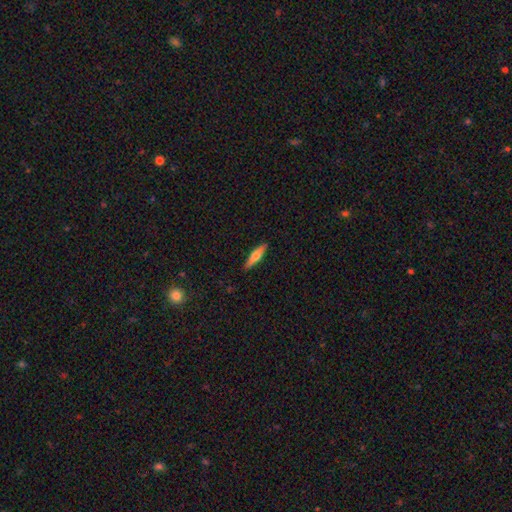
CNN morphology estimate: A smooth galaxy with no disk features (55%) that is cigar-shaped (79%).

Vote fractions:
- Smooth or featured? smooth: 55% / featured or disk: 40% / star or artifact: 6%
- How rounded? cigar-shaped: 79% / in between: 19% / round: 2%
- Merging? none: 90% / minor disturbance: 7% / major disturbance: 2% / merger: 1%